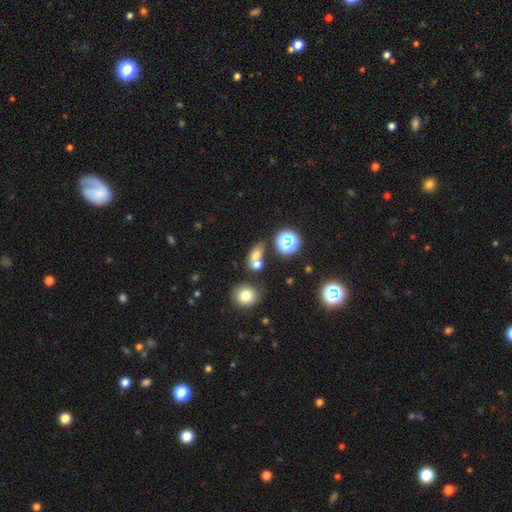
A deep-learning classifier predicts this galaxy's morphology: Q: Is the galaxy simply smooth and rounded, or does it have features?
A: smooth — 65%.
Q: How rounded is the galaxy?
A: in between — 59%.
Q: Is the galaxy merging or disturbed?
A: merger — 44%.